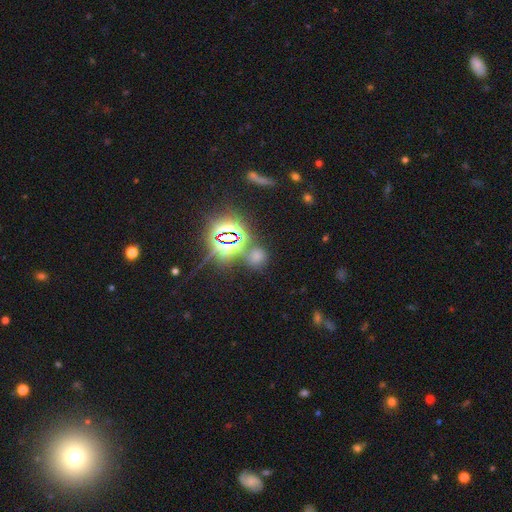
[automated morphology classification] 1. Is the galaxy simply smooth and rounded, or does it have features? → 50% star or artifact, 43% smooth, 8% featured or disk.